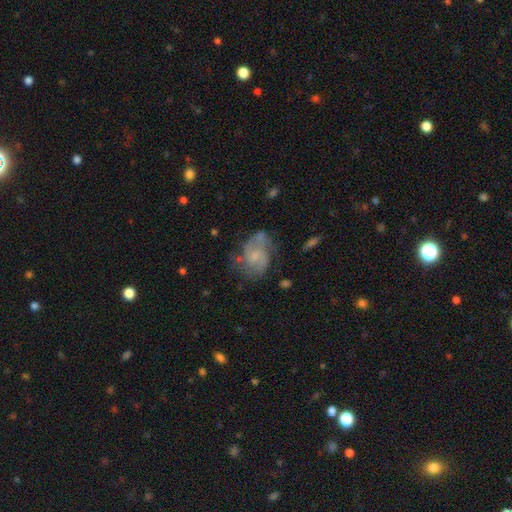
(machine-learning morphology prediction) Smooth or featured: featured or disk — 62% (smooth — 30%)
Edge-on disk: no — 97% (yes — 3%)
Bar: no — 66% (weak — 29%)
Spiral arms: yes — 79% (no — 21%)
Bulge size: small — 55% (moderate — 25%)
Merging: none — 52% (minor disturbance — 25%)